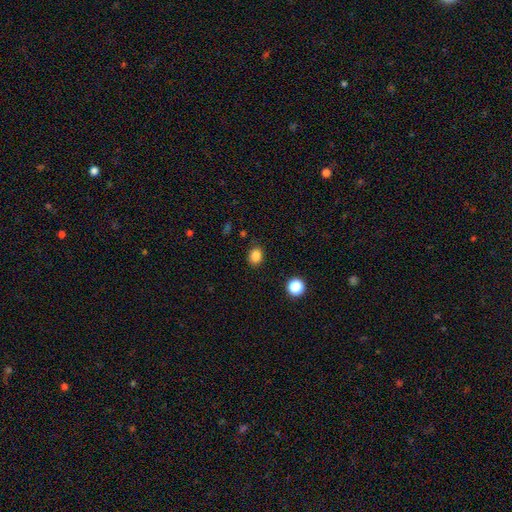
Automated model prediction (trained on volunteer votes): smooth-or-featured: smooth: 85% | star or artifact: 12% | featured or disk: 4%
  how-rounded: round: 54% | in between: 45% | cigar-shaped: 1%
  merging: none: 86% | minor disturbance: 10% | major disturbance: 3% | merger: 2%